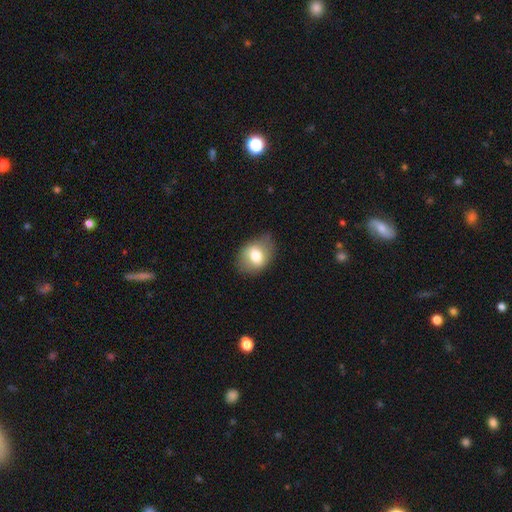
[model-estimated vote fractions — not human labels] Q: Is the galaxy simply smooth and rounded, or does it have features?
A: smooth — 72%.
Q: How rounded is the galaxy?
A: in between — 68%.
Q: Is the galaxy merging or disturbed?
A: none — 68%.